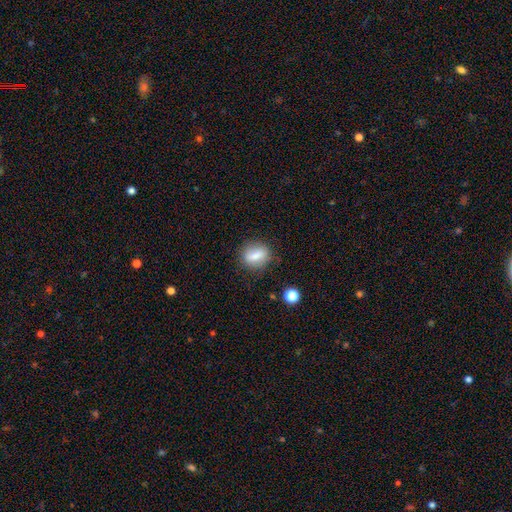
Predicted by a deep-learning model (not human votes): smooth_or_featured: smooth (p=0.73) [alt: featured or disk p=0.18]
how_rounded: in between (p=0.50) [alt: round p=0.44]
merging: none (p=0.79) [alt: minor disturbance p=0.14]